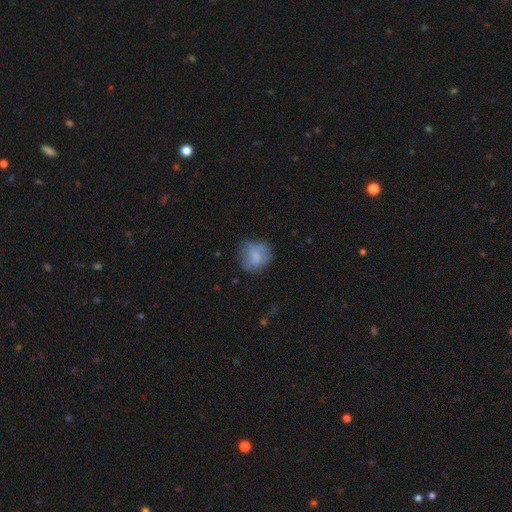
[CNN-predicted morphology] Smooth or featured? smooth (69%)
How rounded? round (75%)
Merging? none (61%)